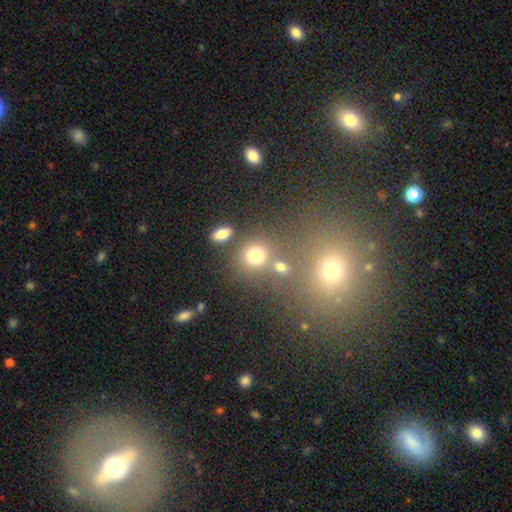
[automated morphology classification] Smooth or featured: smooth — 74% (star or artifact — 16%)
How rounded: round — 74% (in between — 24%)
Merging: none — 64% (merger — 21%)